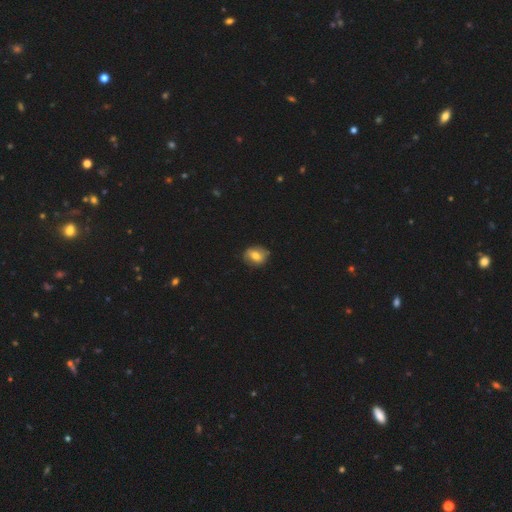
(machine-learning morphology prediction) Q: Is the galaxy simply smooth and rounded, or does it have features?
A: smooth — 64%.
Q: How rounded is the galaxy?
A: round — 53%.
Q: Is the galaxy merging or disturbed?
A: none — 78%.